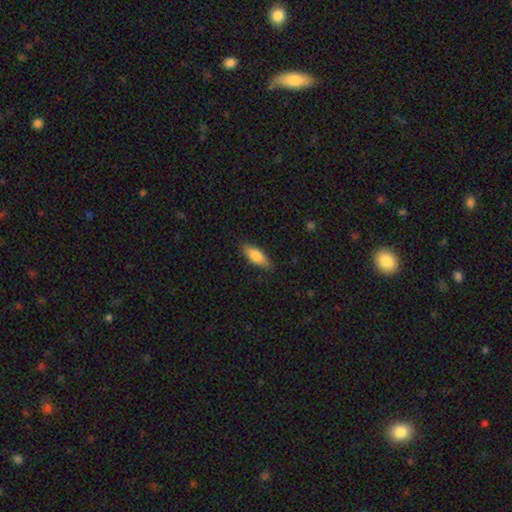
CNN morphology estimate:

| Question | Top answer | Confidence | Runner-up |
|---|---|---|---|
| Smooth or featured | smooth | 77% | featured or disk (17%) |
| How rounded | in between | 69% | cigar-shaped (28%) |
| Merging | none | 84% | minor disturbance (13%) |